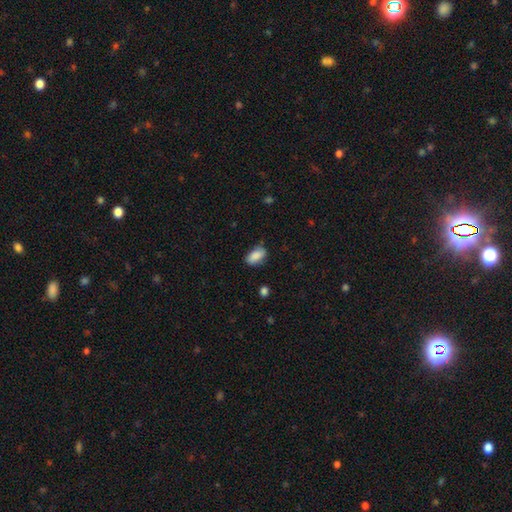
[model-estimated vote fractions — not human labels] smooth-or-featured: smooth: 86% | star or artifact: 7% | featured or disk: 7%
  how-rounded: in between: 91% | round: 6% | cigar-shaped: 3%
  merging: none: 71% | minor disturbance: 23% | major disturbance: 5% | merger: 2%